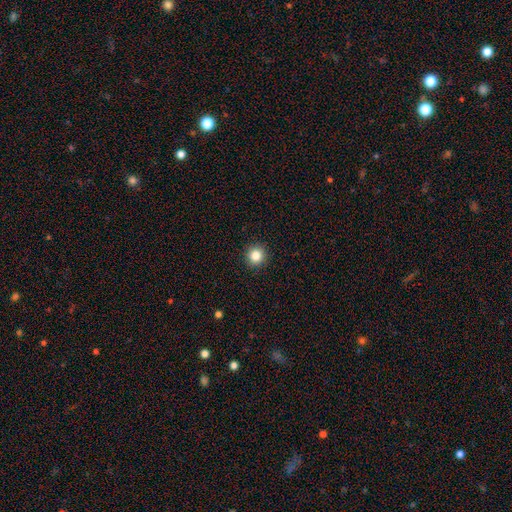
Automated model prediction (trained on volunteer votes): smooth 84%, star or artifact 11%, featured or disk 5%. Down the decision tree: how rounded — round (94%); merging — none (93%).